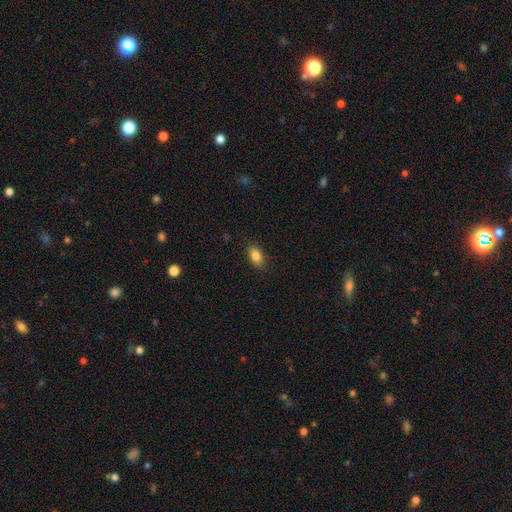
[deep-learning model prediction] The model was most divided on "merging": none: 86%, minor disturbance: 10%, major disturbance: 3%, merger: 1%. More confident: how rounded — in between (88%); smooth or featured — smooth (85%).